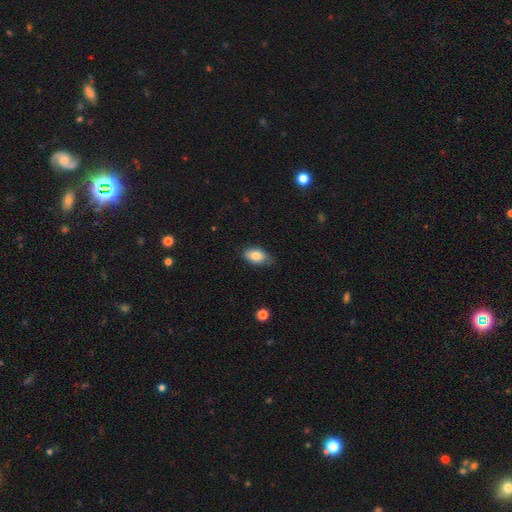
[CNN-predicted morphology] The model was most divided on "merging": none: 70%, minor disturbance: 25%, major disturbance: 4%, merger: 1%. More confident: how rounded — in between (91%); smooth or featured — smooth (82%).